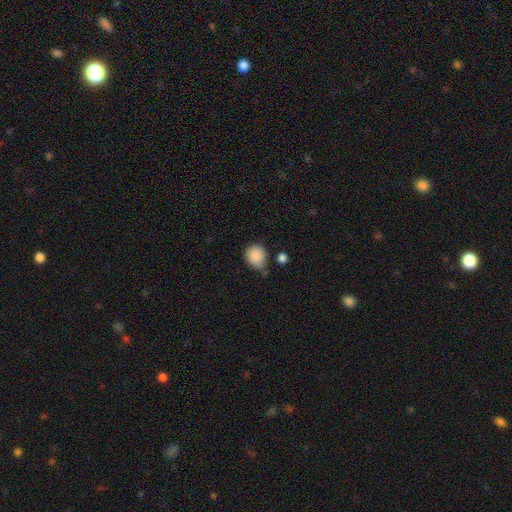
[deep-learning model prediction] smooth 88%, star or artifact 8%, featured or disk 4%. Down the decision tree: how rounded — round (68%); merging — none (61%).